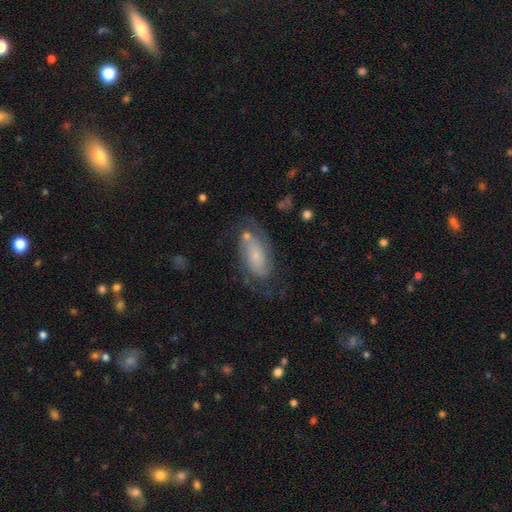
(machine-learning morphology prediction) A featured or disk galaxy (69%) with no bar (67%), 2 (65%) medium (42%) spiral arms (88%) and a small central bulge (68%). Merging: none (57%).